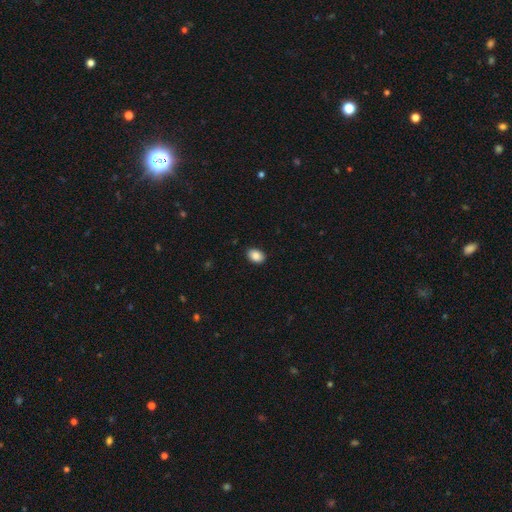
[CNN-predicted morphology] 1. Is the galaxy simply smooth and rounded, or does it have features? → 86% smooth, 8% star or artifact, 6% featured or disk.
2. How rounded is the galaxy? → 80% in between, 19% round, 1% cigar-shaped.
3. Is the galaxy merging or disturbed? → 89% none, 8% minor disturbance, 2% major disturbance, 1% merger.